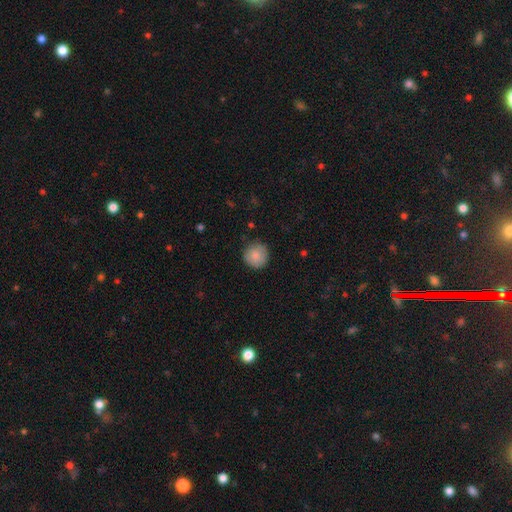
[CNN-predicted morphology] Smooth or featured? smooth (85%)
How rounded? round (95%)
Merging? none (87%)